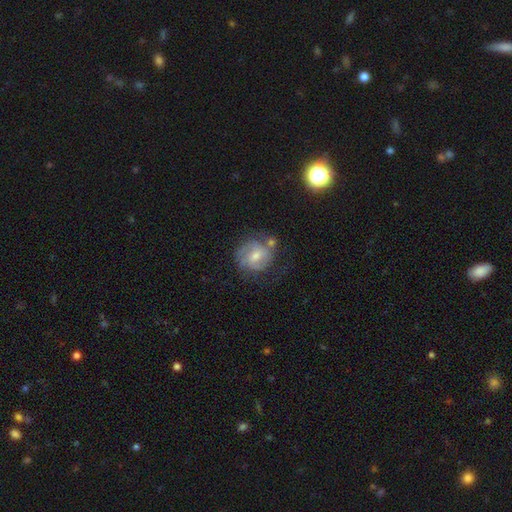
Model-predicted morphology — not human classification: This is likely a featured or disk galaxy (69%). It is clearly not viewed edge-on (98%). Bar: possibly weak (51%). Spiral arm pattern: clearly yes (87%). Spiral arm count: marginally 2 (41%). Spiral winding: possibly tight (47%). Central bulge: possibly moderate (52%). Merging: possibly none (53%).